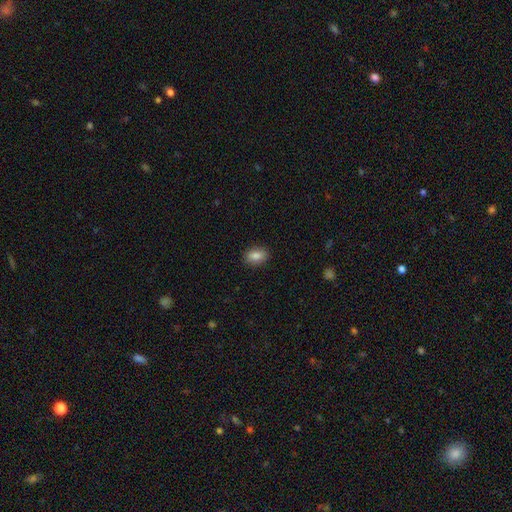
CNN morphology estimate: smooth-or-featured: smooth: 86% | star or artifact: 8% | featured or disk: 6%
  how-rounded: in between: 82% | round: 16% | cigar-shaped: 2%
  merging: none: 89% | minor disturbance: 8% | major disturbance: 2% | merger: 1%